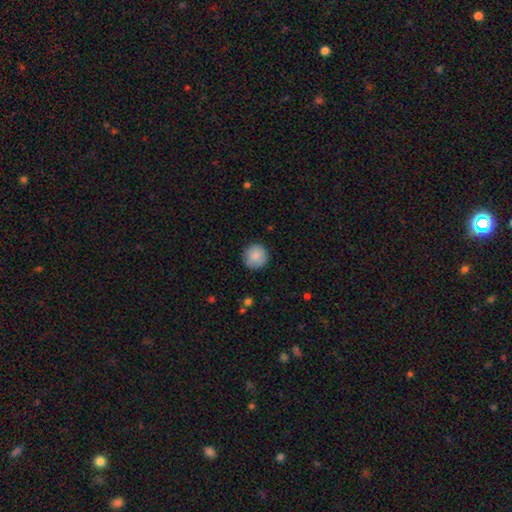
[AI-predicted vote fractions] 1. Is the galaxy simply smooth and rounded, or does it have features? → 87% smooth, 7% star or artifact, 6% featured or disk.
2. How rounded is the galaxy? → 95% round, 4% in between, 1% cigar-shaped.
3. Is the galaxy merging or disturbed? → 88% none, 9% minor disturbance, 2% major disturbance, 1% merger.